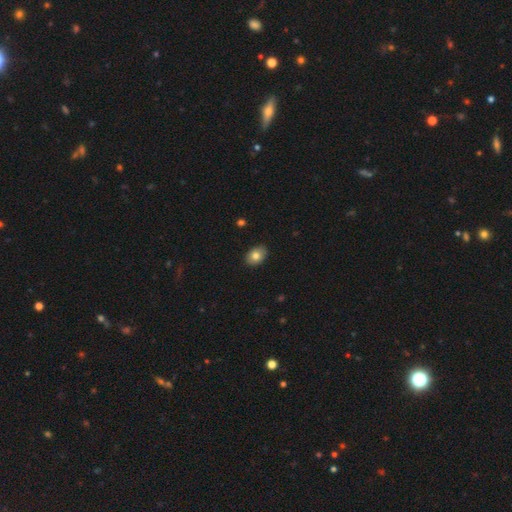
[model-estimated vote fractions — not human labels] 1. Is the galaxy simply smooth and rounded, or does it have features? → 81% smooth, 11% featured or disk, 8% star or artifact.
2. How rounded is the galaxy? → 81% in between, 18% round, 1% cigar-shaped.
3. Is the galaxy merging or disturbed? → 89% none, 8% minor disturbance, 2% major disturbance, 1% merger.